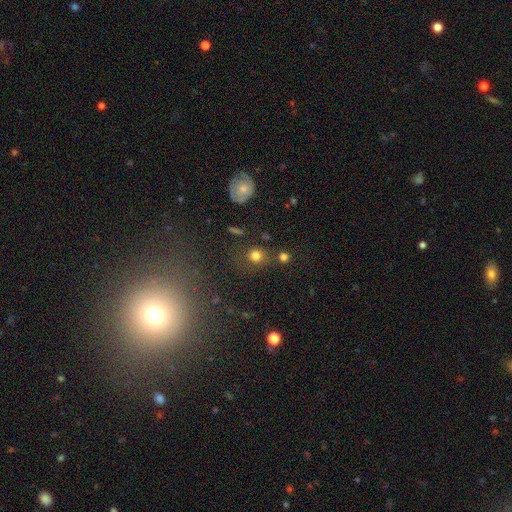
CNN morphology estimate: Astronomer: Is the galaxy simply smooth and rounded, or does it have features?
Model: smooth — 78%.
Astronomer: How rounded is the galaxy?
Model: round — 85%.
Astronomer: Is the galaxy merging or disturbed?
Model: none — 75%.